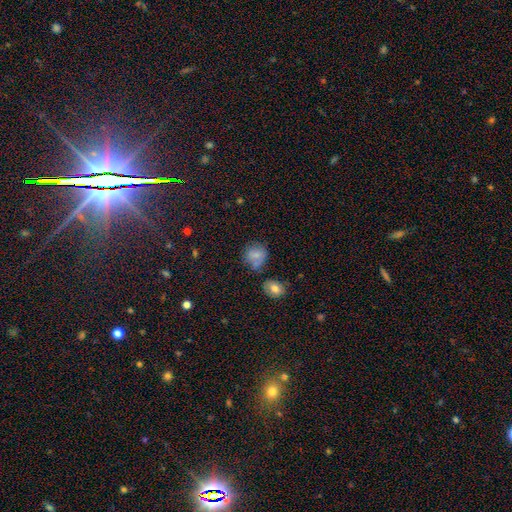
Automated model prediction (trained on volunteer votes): Smooth or featured: smooth — 77% (star or artifact — 12%)
How rounded: round — 71% (in between — 28%)
Merging: none — 58% (minor disturbance — 21%)